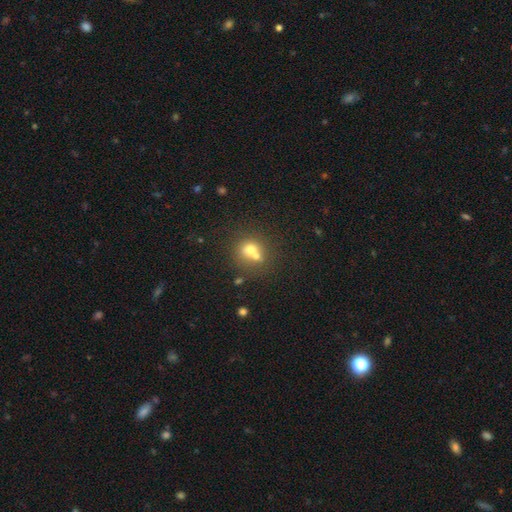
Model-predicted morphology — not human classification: smooth-or-featured: smooth: 65% | featured or disk: 20% | star or artifact: 15%
  how-rounded: round: 79% | in between: 20% | cigar-shaped: 1%
  merging: merger: 48% | none: 39% | minor disturbance: 8% | major disturbance: 4%